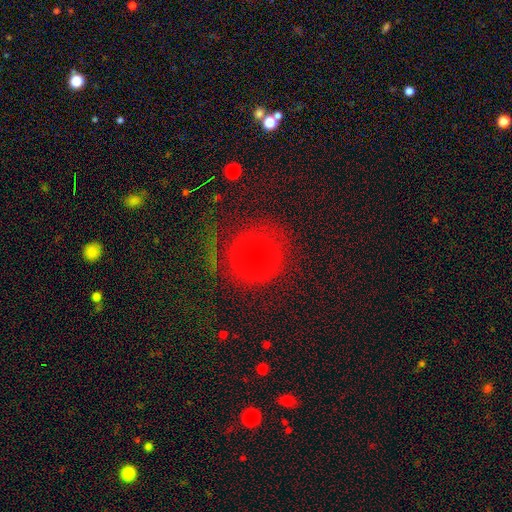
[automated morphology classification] Smooth or featured? smooth (50%)
How rounded? round (90%)
Merging? none (72%)